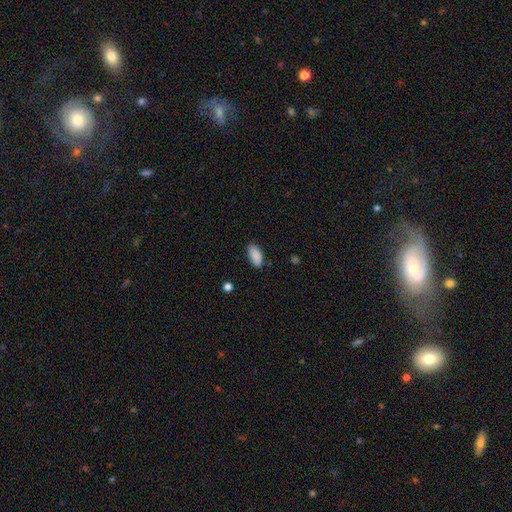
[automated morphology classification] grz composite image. It shows a smooth galaxy with no disk features (89%) that is in between round and cigar-shaped (91%). Merging: none (82%).